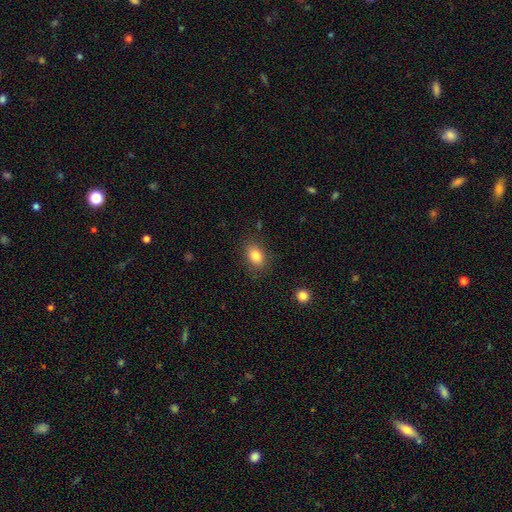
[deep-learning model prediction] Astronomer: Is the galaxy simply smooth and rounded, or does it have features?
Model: smooth — 83%.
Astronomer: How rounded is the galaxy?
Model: in between — 77%.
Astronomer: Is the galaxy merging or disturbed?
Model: none — 84%.